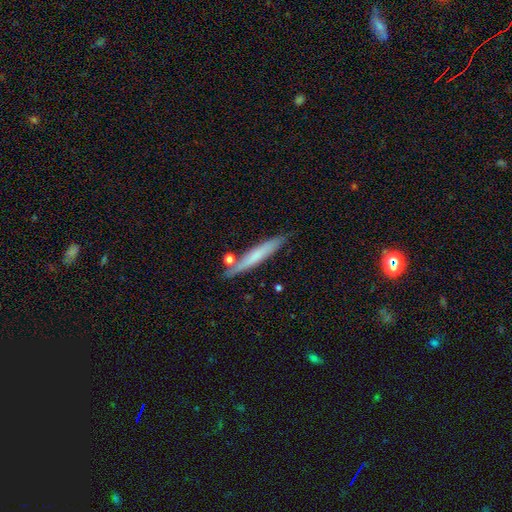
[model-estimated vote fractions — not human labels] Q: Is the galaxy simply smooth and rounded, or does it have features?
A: smooth — 61%.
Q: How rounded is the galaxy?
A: cigar-shaped — 94%.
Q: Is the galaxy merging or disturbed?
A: none — 79%.